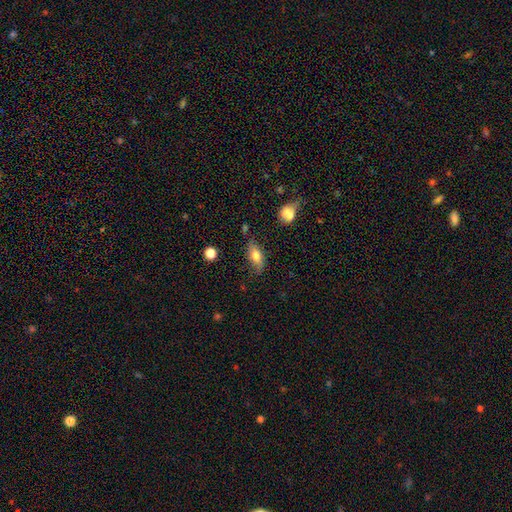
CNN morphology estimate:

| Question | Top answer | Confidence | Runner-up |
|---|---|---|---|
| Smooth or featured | smooth | 71% | featured or disk (21%) |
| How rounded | in between | 83% | cigar-shaped (12%) |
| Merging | none | 68% | minor disturbance (23%) |